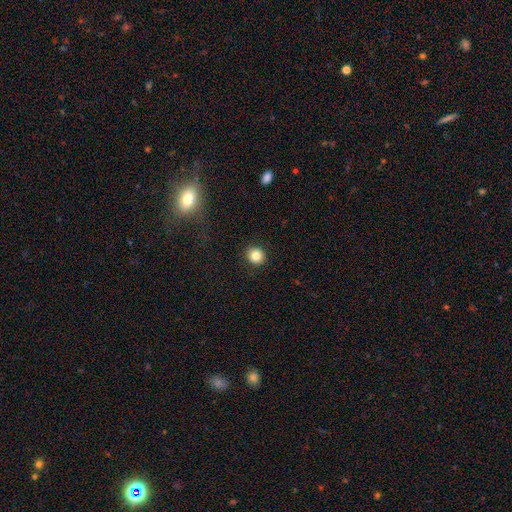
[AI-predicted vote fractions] Smooth or featured? Predicted: smooth (p=0.83). How rounded? Predicted: round (p=0.88). Merging? Predicted: none (p=0.92).